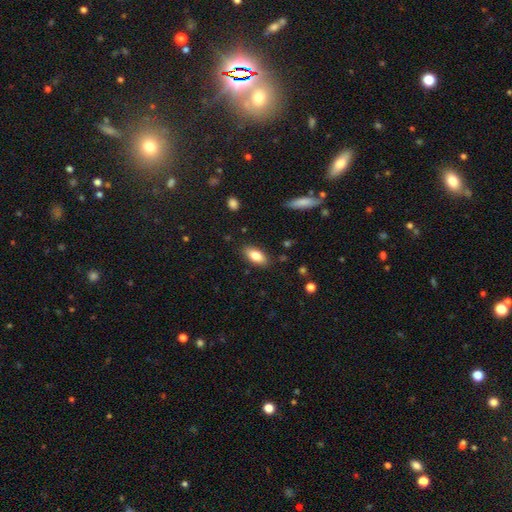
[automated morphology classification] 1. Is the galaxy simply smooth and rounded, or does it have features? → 82% smooth, 11% featured or disk, 7% star or artifact.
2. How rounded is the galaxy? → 86% in between, 11% cigar-shaped, 3% round.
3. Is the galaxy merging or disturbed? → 86% none, 10% minor disturbance, 2% major disturbance, 1% merger.